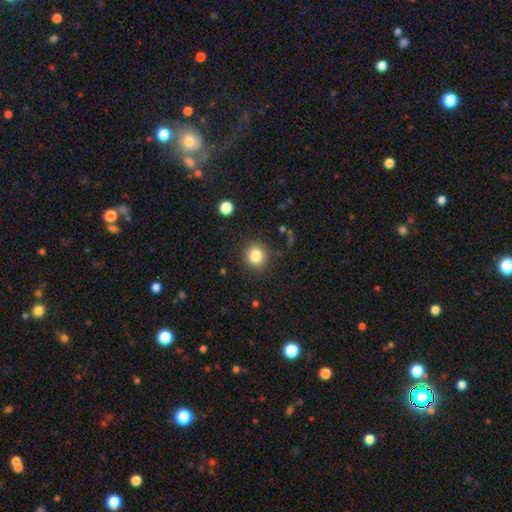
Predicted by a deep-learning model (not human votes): Q: Smooth or featured?
A: smooth (83%); runner-up: star or artifact (11%)
Q: How rounded?
A: round (90%); runner-up: in between (9%)
Q: Merging?
A: none (89%); runner-up: minor disturbance (7%)